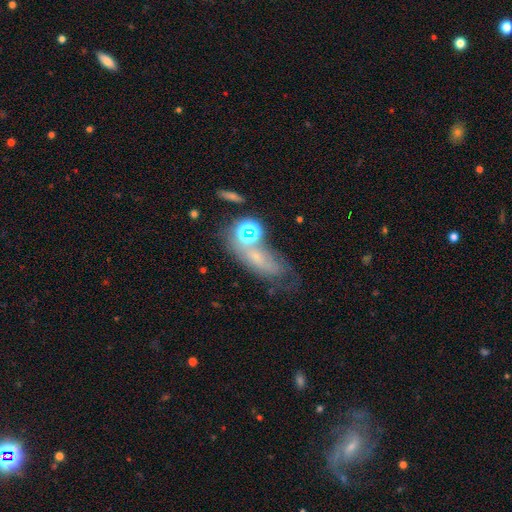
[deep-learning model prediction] A smooth galaxy with no disk features (38%).

Vote fractions:
- Smooth or featured? smooth: 38% / featured or disk: 34% / star or artifact: 27%
- Merging? none: 35% / major disturbance: 24% / minor disturbance: 21% / merger: 20%